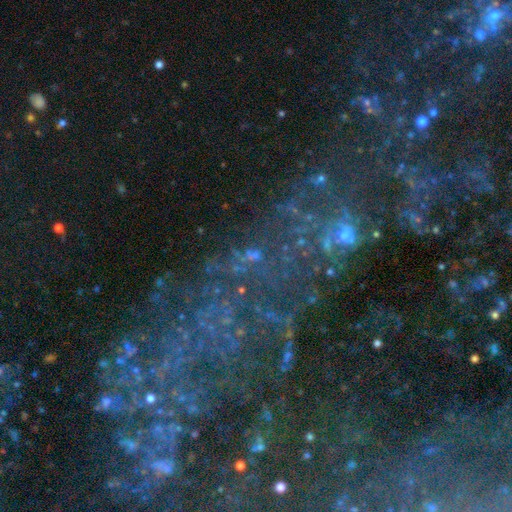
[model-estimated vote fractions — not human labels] Smooth or featured?
  - star or artifact: 45% *
  - featured or disk: 38%
  - smooth: 17%